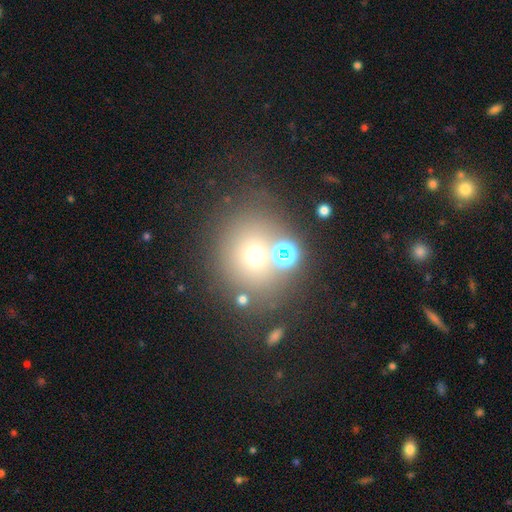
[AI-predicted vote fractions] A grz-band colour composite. It shows a smooth galaxy with no disk features (56%) that is round (75%). Merging: none (65%).